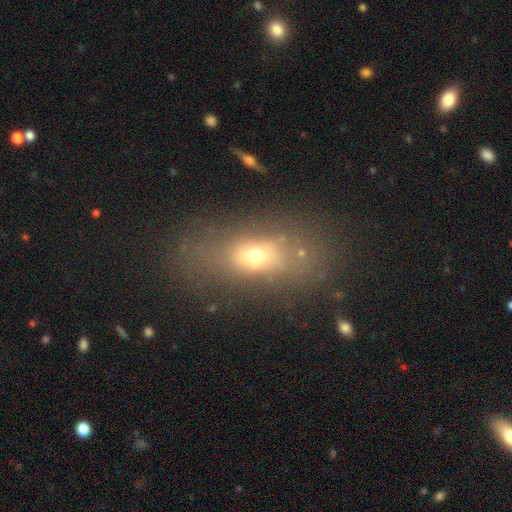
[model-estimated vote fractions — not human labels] Overall: smooth (59%; featured or disk 24%). How rounded: in between (71%). Merging: none (66%).